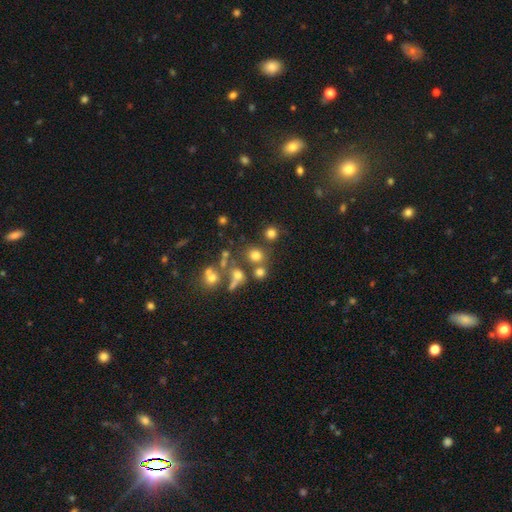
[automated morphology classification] The model was most divided on "merging": none: 66%, merger: 19%, minor disturbance: 9%, major disturbance: 5%. More confident: how rounded — round (86%); smooth or featured — smooth (70%).